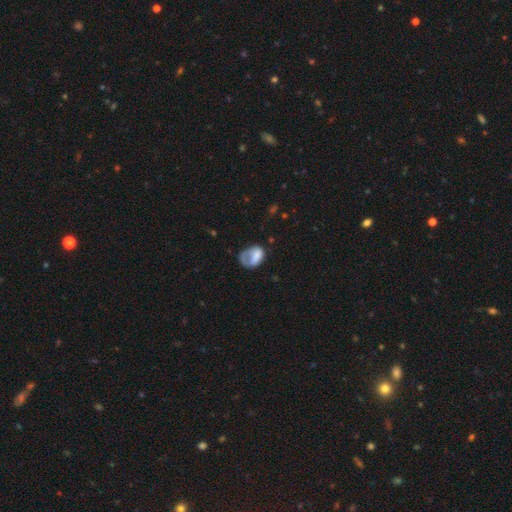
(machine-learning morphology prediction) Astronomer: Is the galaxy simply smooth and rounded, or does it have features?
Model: smooth — 63%.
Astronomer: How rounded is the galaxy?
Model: in between — 70%.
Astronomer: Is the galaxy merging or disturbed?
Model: major disturbance — 40% (runner-up: none, 31%).